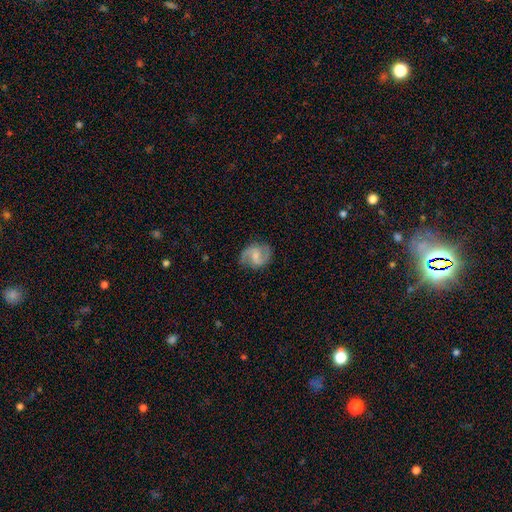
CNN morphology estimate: Overall: featured or disk (83%). Edge-on disk: no (98%). Bar: weak (54%; no 34%). Spiral arms: yes (97%). Spiral arm count: 2 (93%). Spiral winding: medium (56%; loose 28%). Bulge size: small (48%; moderate 36%). Merging: none (81%).